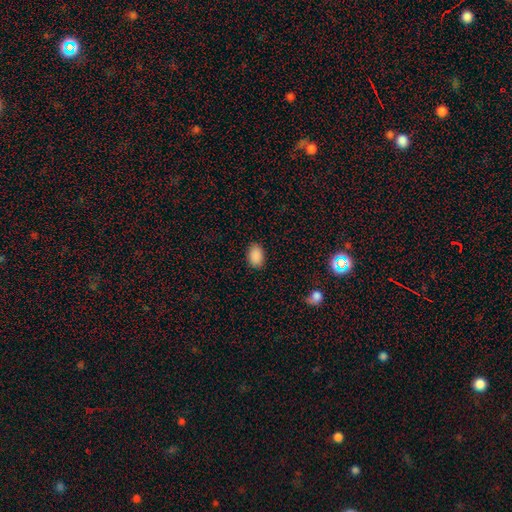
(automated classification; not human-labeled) Overall: smooth (89%). How rounded: in between (85%). Merging: none (88%).